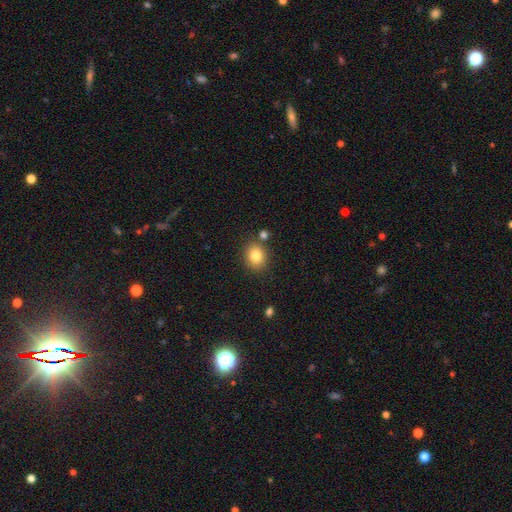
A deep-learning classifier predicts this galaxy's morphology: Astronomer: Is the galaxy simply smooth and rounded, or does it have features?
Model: smooth — 82%.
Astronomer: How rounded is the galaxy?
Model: round — 69%.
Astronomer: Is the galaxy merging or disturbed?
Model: none — 79%.